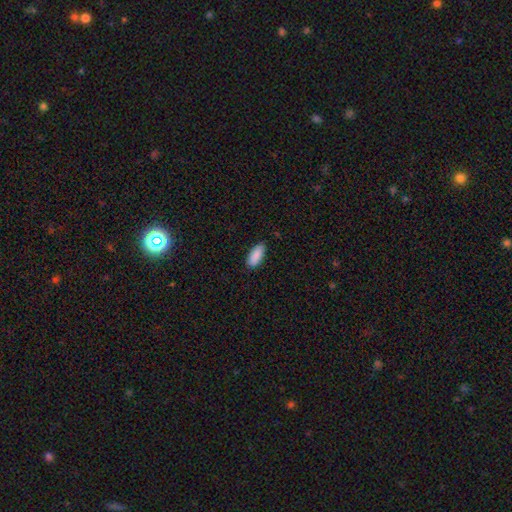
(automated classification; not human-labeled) smooth_or_featured: smooth (p=0.90) [alt: star or artifact p=0.06]
how_rounded: in between (p=0.85) [alt: cigar-shaped p=0.14]
merging: none (p=0.84) [alt: minor disturbance p=0.13]